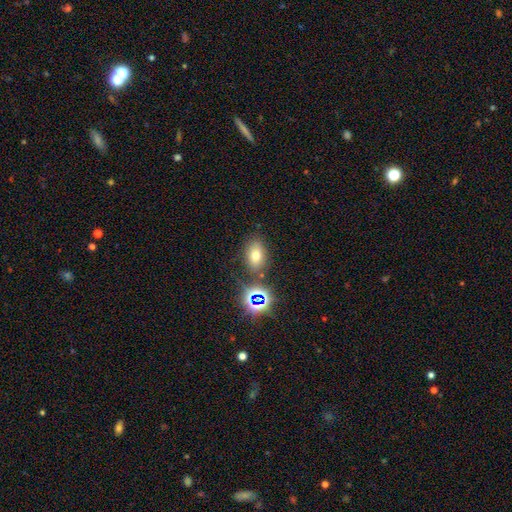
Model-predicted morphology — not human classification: Smooth or featured: smooth — 65% (star or artifact — 22%)
How rounded: in between — 80% (round — 18%)
Merging: none — 78% (minor disturbance — 11%)